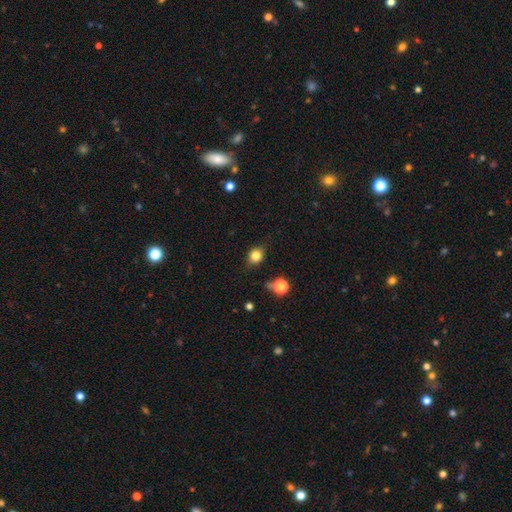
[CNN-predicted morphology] smooth_or_featured: smooth (p=0.81) [alt: star or artifact p=0.11]
how_rounded: round (p=0.58) [alt: in between p=0.41]
merging: none (p=0.76) [alt: minor disturbance p=0.17]